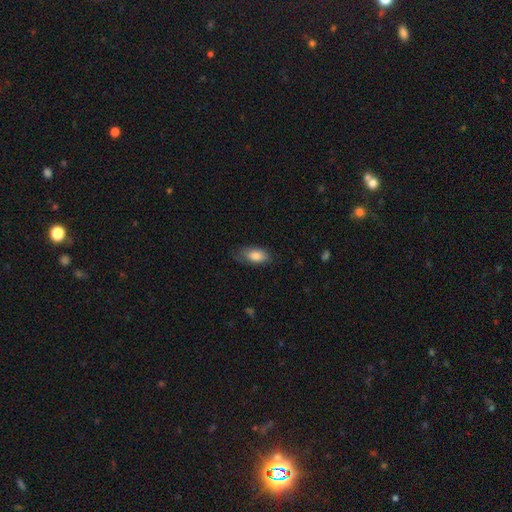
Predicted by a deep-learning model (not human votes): Smooth or featured? Predicted: smooth (p=0.82). How rounded? Predicted: in between (p=0.89). Merging? Predicted: none (p=0.63).